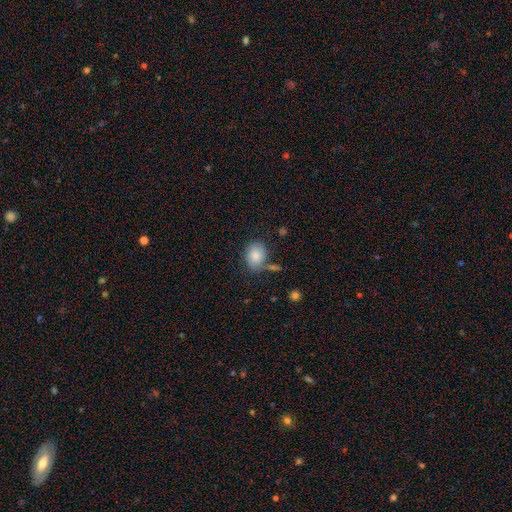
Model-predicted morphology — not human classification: Smooth or featured?
  - smooth: 84% *
  - featured or disk: 9%
  - star or artifact: 8%
How rounded?
  - in between: 63% *
  - round: 36%
  - cigar-shaped: 1%
Merging?
  - none: 65% *
  - minor disturbance: 20%
  - merger: 9%
  - major disturbance: 6%